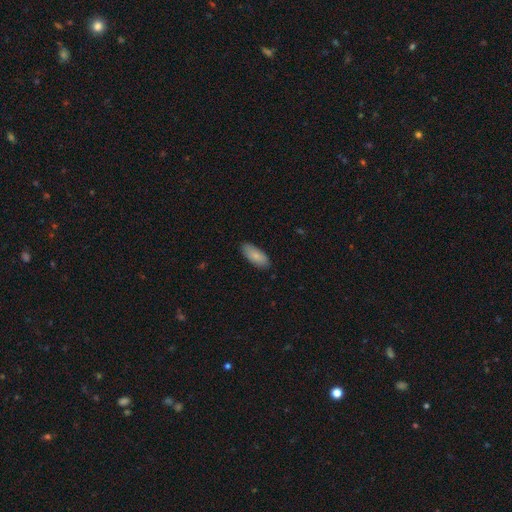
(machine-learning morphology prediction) Q: Smooth or featured?
A: smooth (84%); runner-up: featured or disk (10%)
Q: How rounded?
A: in between (86%); runner-up: cigar-shaped (12%)
Q: Merging?
A: none (86%); runner-up: minor disturbance (11%)